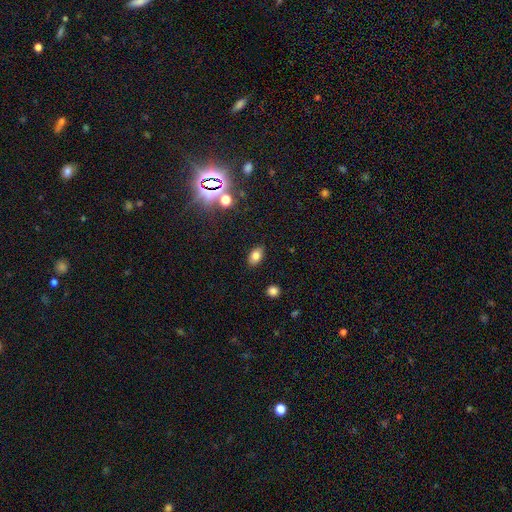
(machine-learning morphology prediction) This appears to be a smooth galaxy with no disk features (79%) that is in between round and cigar-shaped (89%). Merging: none (87%).